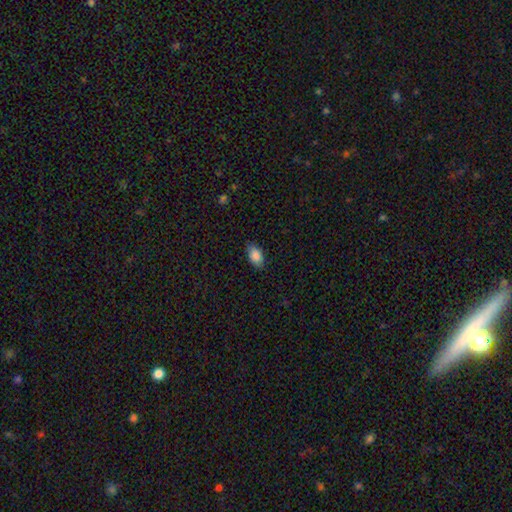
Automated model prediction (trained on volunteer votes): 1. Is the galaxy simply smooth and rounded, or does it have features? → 86% smooth, 7% star or artifact, 7% featured or disk.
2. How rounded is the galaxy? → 91% in between, 6% round, 3% cigar-shaped.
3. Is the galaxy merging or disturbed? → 84% none, 12% minor disturbance, 3% major disturbance, 1% merger.